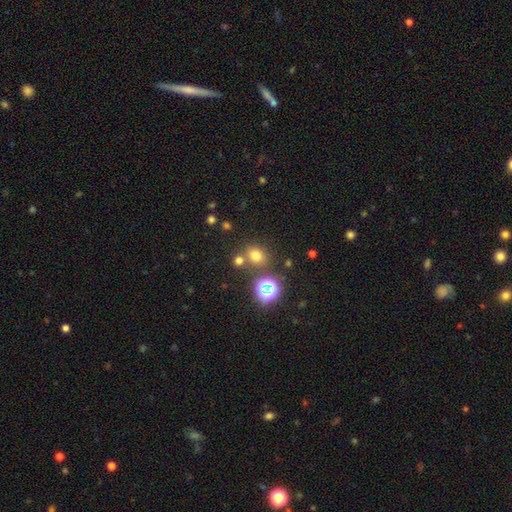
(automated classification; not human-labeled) The model was most divided on "how rounded": round: 66%, in between: 33%, cigar-shaped: 1%. More confident: merging — none (70%); smooth or featured — smooth (68%).